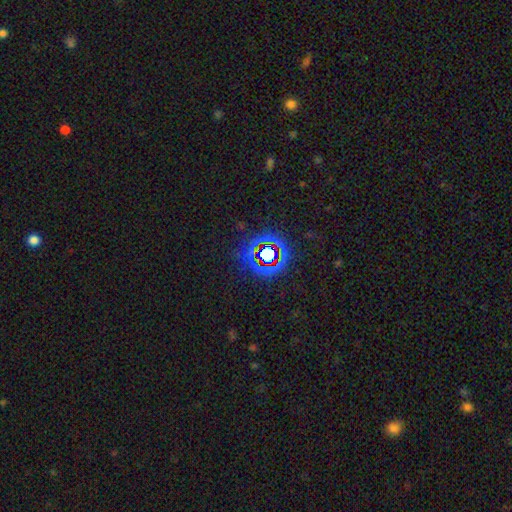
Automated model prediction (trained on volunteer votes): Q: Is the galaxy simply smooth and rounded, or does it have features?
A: star or artifact — 79%.